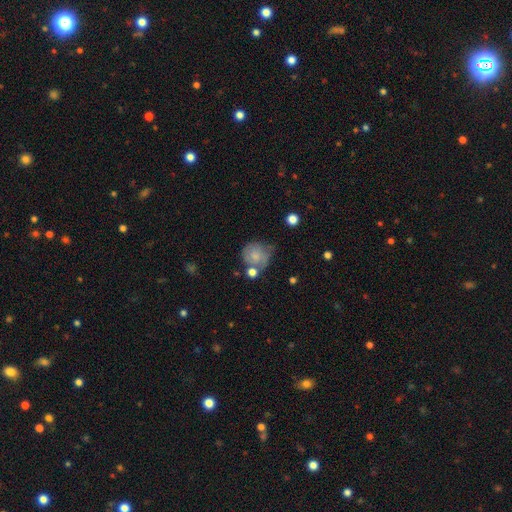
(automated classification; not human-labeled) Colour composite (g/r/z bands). It shows a smooth galaxy with no disk features (65%) that is round (80%). Merging: none (41%).